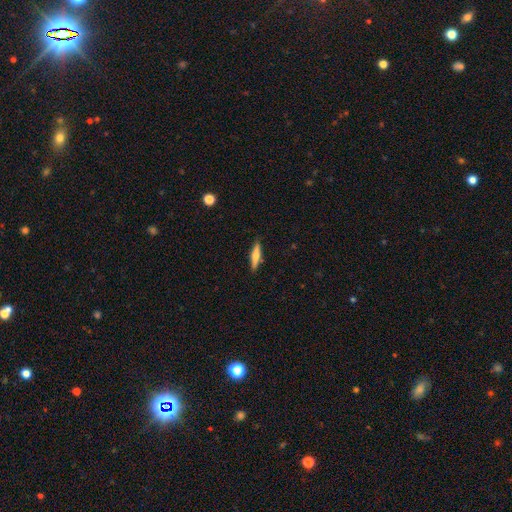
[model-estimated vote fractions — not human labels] Morphology: type=smooth (55%); roundness=cigar-shaped (84%); merging=none (88%).